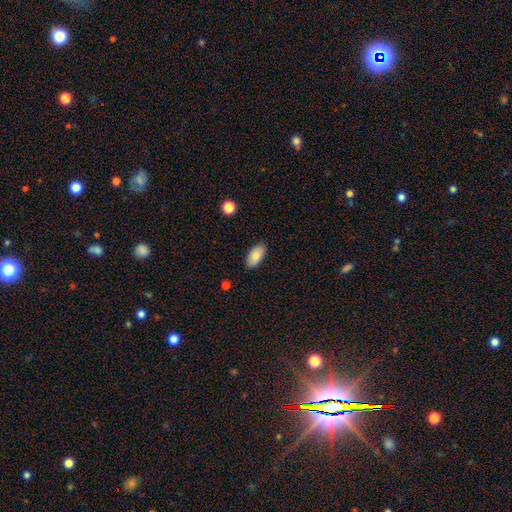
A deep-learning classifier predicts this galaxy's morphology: type=smooth (79%); roundness=in between (94%); merging=none (88%).